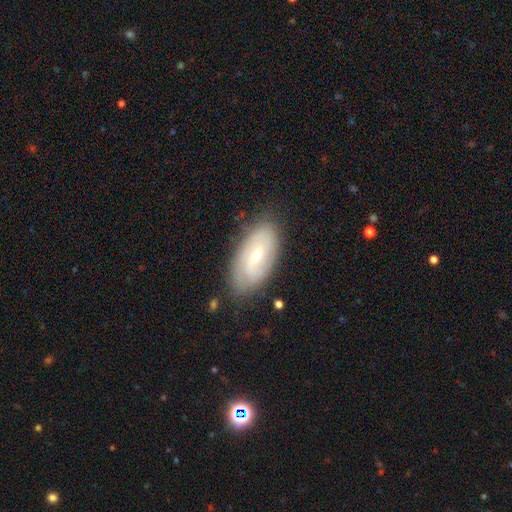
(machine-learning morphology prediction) A featured or disk galaxy (63%) with a weak bar (51%), spiral arms (82%) and a small central bulge (58%). Merging: none (79%).